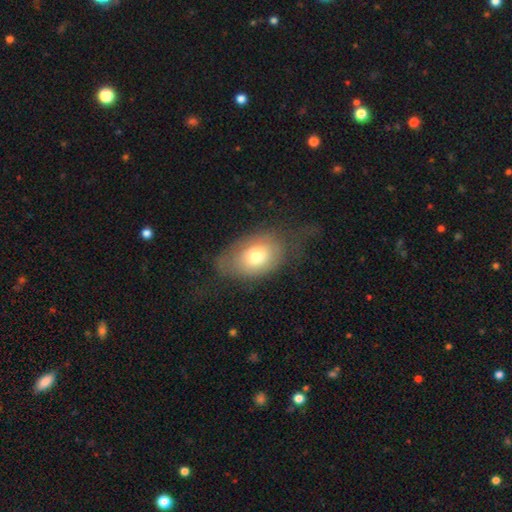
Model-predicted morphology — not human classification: type=smooth (68%); roundness=in between (85%); merging=none (47%).